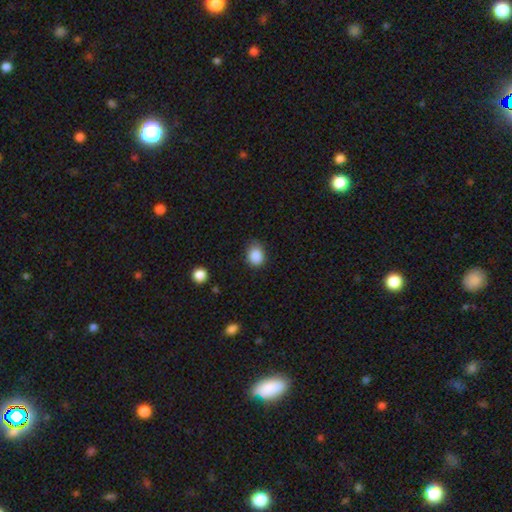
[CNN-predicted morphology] Overall: smooth (87%). How rounded: round (57%; in between 42%). Merging: none (71%).